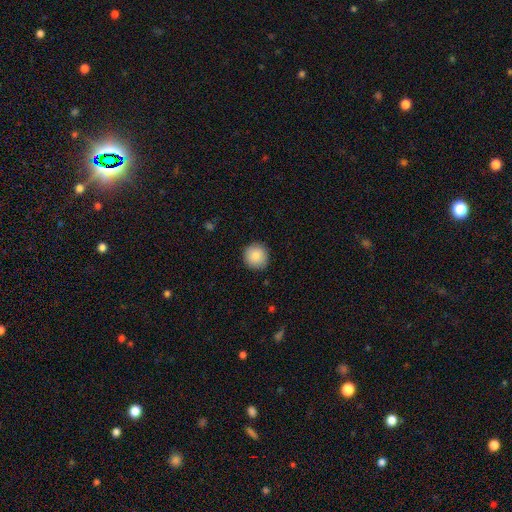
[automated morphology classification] Smooth or featured?
  - smooth: 87% *
  - star or artifact: 8%
  - featured or disk: 5%
How rounded?
  - round: 93% *
  - in between: 6%
  - cigar-shaped: 1%
Merging?
  - none: 90% *
  - minor disturbance: 7%
  - major disturbance: 2%
  - merger: 1%